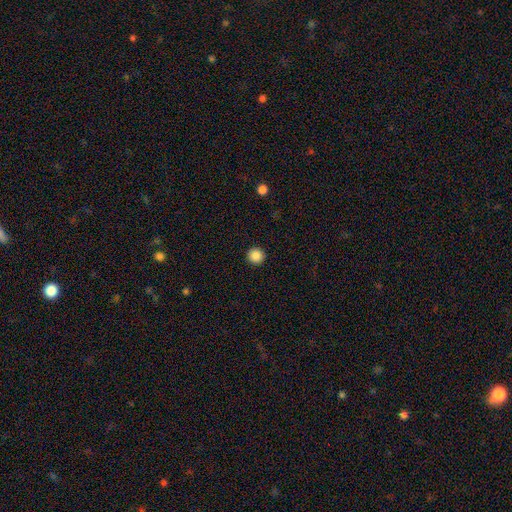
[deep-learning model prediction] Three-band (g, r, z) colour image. It shows a smooth galaxy with no disk features (87%) that is round (95%). Merging: none (93%).